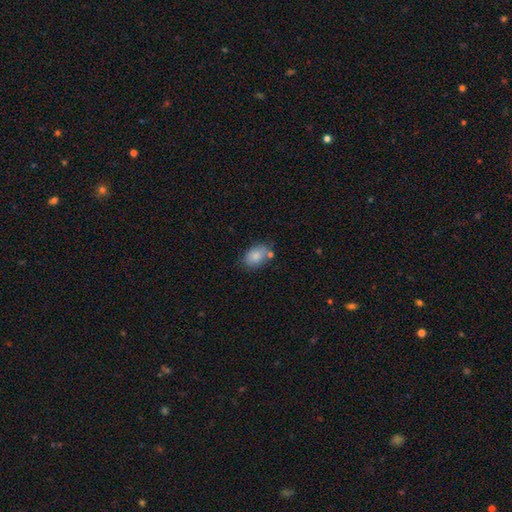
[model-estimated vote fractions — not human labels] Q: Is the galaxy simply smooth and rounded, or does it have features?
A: smooth — 82%.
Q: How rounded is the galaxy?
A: in between — 81%.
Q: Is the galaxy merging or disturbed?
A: none — 65%.